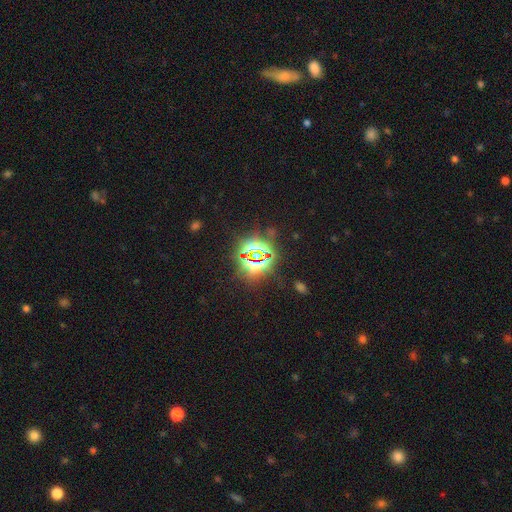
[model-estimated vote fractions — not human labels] A star or artifact, not a galaxy (81%).